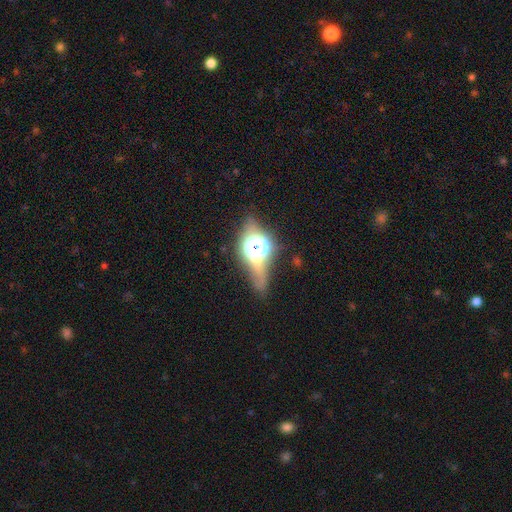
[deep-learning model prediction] This is possibly a star or artifact rather than a galaxy (56%).